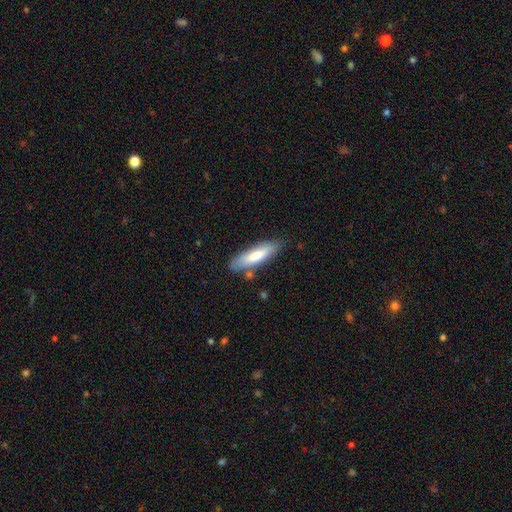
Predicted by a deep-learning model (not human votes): A smooth galaxy with no disk features (72%) that is cigar-shaped (63%). Merging: none (79%).